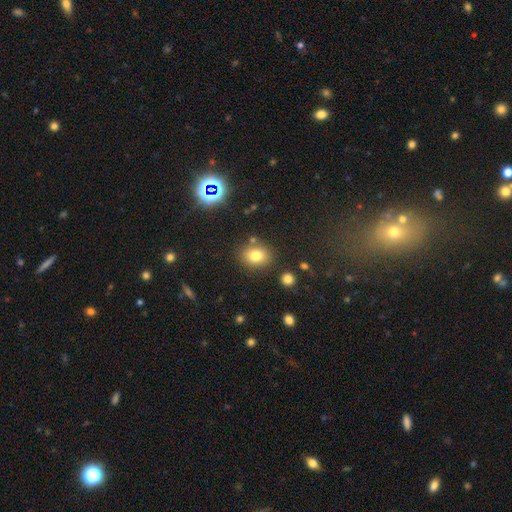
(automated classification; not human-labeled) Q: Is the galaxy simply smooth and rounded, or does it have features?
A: smooth — 78%.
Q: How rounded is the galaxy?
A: round — 57%.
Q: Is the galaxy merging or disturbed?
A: none — 80%.